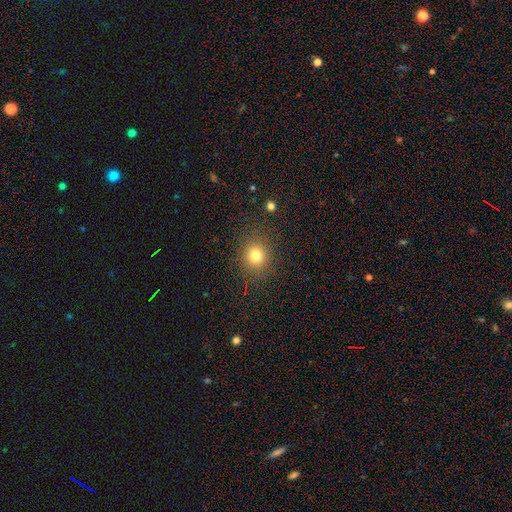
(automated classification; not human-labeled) A smooth galaxy with no disk features (77%) that is round (83%). Merging: none (87%).